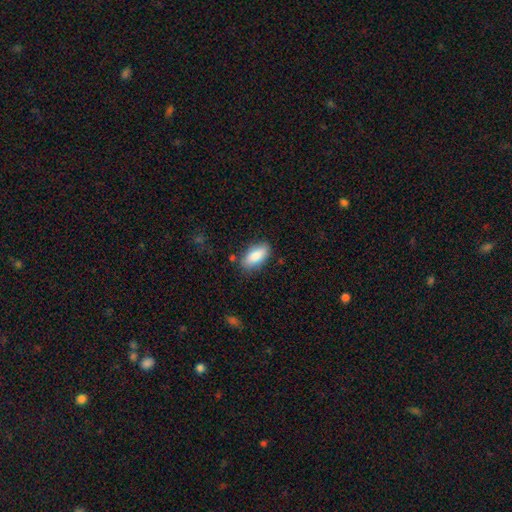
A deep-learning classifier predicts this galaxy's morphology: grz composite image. It shows a smooth galaxy with no disk features (87%) that is in between round and cigar-shaped (89%). Merging: none (80%).